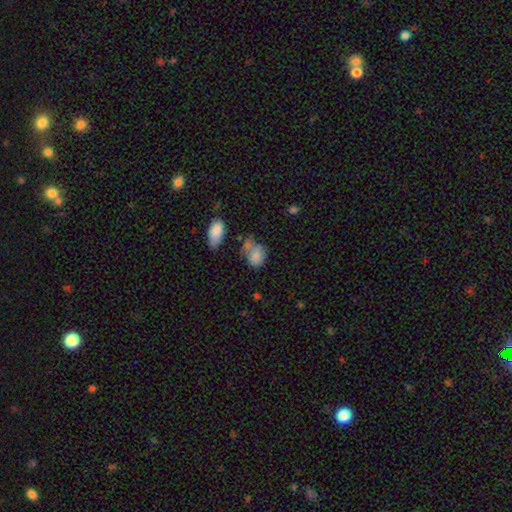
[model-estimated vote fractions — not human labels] Smooth or featured? smooth (80%)
How rounded? in between (66%)
Merging? none (36%)